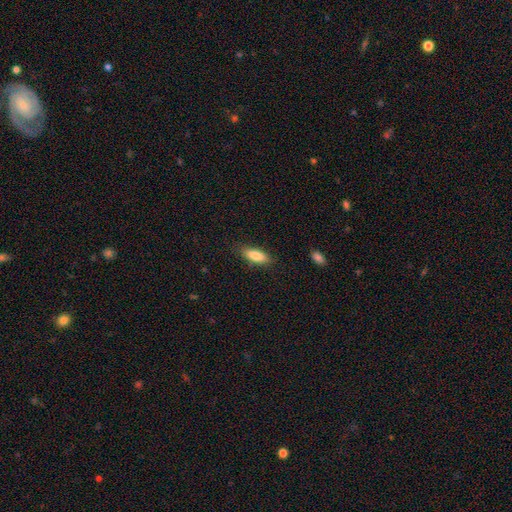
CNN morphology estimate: This is clearly a smooth galaxy (85%). How rounded: likely in between (71%). Merging: clearly none (83%).